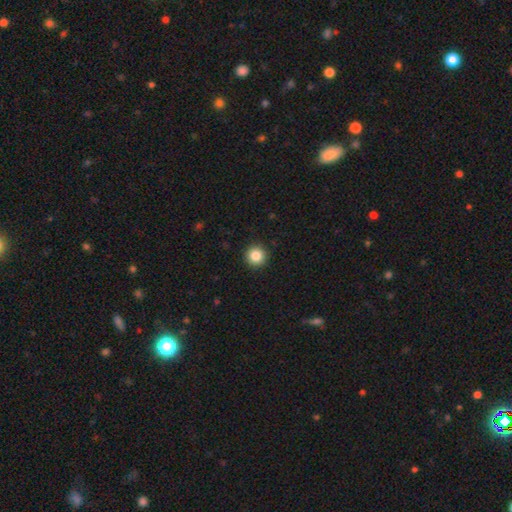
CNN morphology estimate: Smooth or featured?
  - smooth: 85% *
  - star or artifact: 10%
  - featured or disk: 4%
How rounded?
  - round: 96% *
  - in between: 3%
  - cigar-shaped: 1%
Merging?
  - none: 93% *
  - minor disturbance: 4%
  - major disturbance: 2%
  - merger: 1%